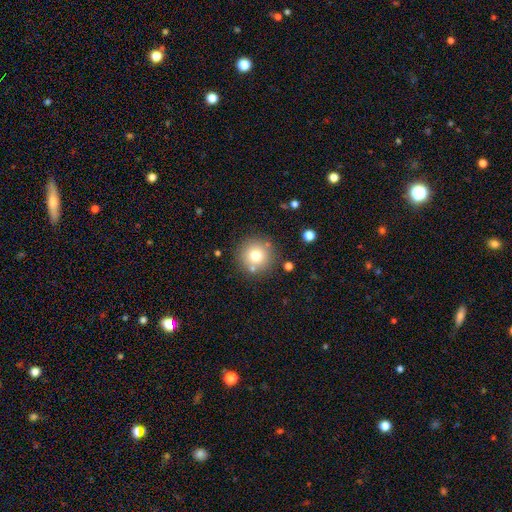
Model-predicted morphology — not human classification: A smooth galaxy with no disk features (75%) that is round (96%).

Vote fractions:
- Smooth or featured? smooth: 75% / featured or disk: 13% / star or artifact: 12%
- How rounded? round: 96% / in between: 3% / cigar-shaped: 1%
- Merging? none: 84% / minor disturbance: 8% / merger: 5% / major disturbance: 3%